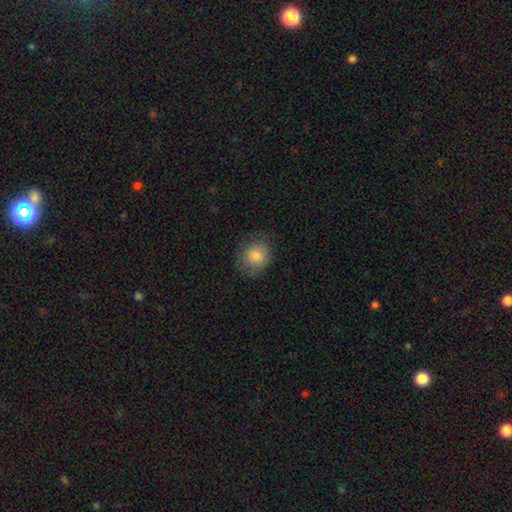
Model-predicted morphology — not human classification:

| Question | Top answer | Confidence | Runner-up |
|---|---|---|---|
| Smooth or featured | smooth | 82% | featured or disk (9%) |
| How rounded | round | 72% | in between (28%) |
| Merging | none | 78% | minor disturbance (16%) |